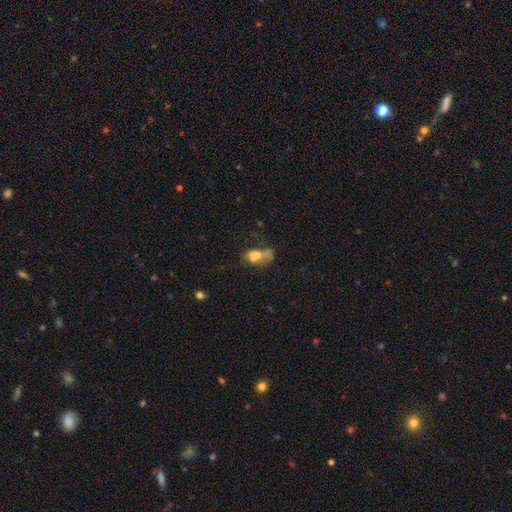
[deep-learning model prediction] Overall: smooth (58%; featured or disk 28%). How rounded: in between (79%). Merging: merger (36%; major disturbance 25%).